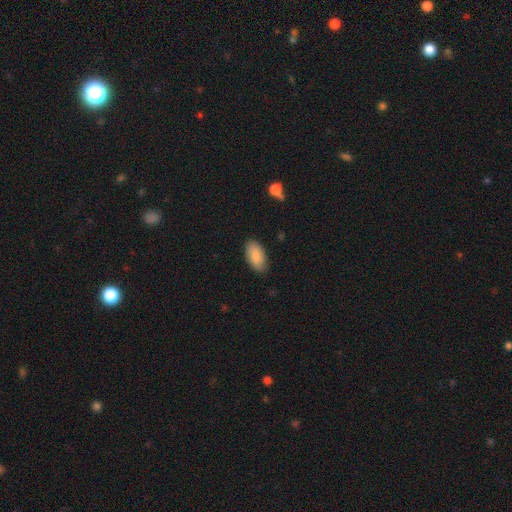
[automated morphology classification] This appears to be a smooth galaxy with no disk features (87%) that is in between round and cigar-shaped (95%). Merging: none (85%).